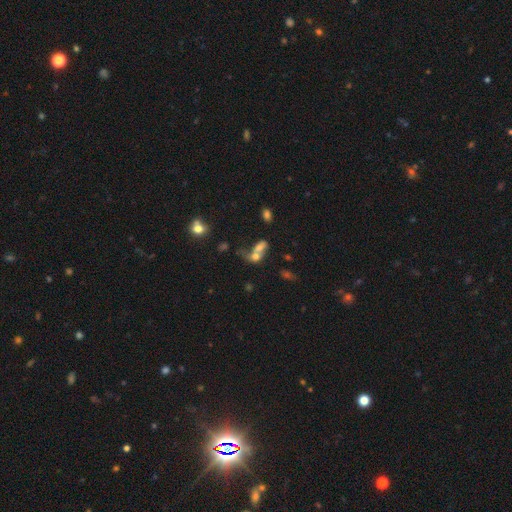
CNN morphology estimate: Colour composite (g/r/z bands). It shows a smooth galaxy with no disk features (62%) that is in between round and cigar-shaped (66%). Merging: merger (66%).